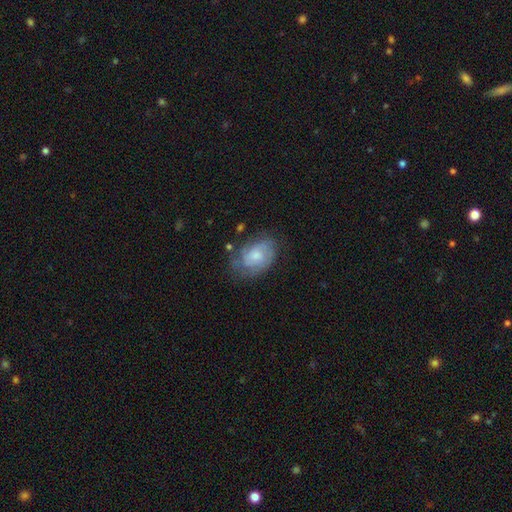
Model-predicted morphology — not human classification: A featured or disk galaxy (54%) with no bar (72%), spiral arms (80%) and a moderate central bulge (45%). Merging: none (61%).